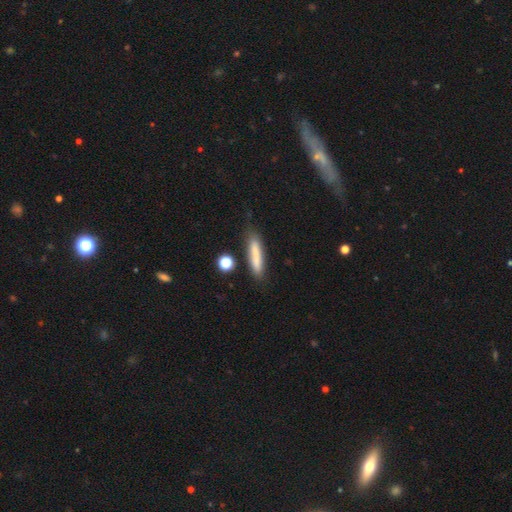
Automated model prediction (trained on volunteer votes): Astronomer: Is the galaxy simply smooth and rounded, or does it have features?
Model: smooth — 76%.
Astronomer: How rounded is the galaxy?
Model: cigar-shaped — 85%.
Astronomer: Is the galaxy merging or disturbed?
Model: none — 76%.